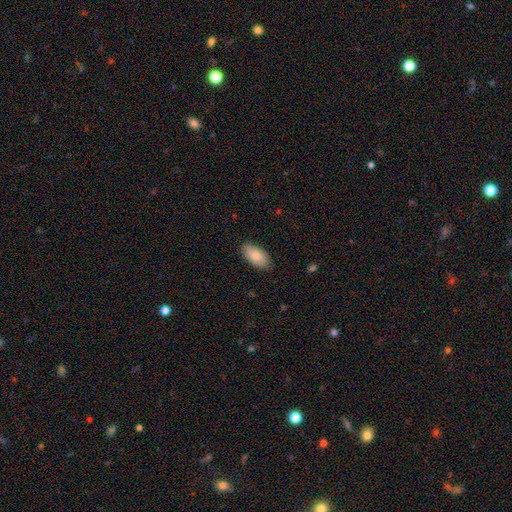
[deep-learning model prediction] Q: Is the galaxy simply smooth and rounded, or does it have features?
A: smooth — 85%.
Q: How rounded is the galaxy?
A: in between — 94%.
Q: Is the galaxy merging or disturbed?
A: none — 85%.